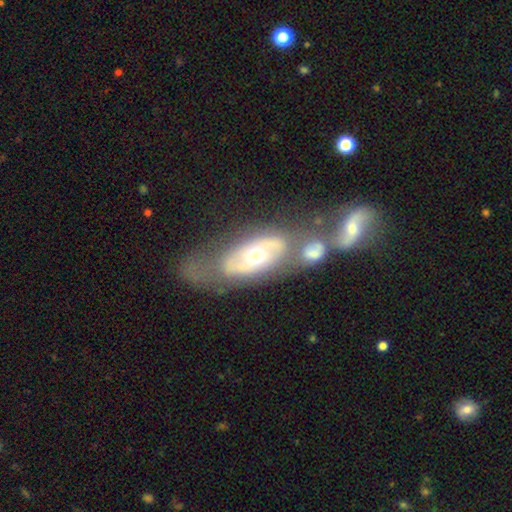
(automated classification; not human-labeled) A featured or disk galaxy (68%) with no bar (73%), spiral arms (50%, tied with no) and a moderate central bulge (73%).

Vote fractions:
- Smooth or featured? featured or disk: 68% / smooth: 26% / star or artifact: 6%
- Edge-on disk? no: 88% / yes: 12%
- Bar? no: 73% / weak: 18% / strong: 9%
- Spiral arms? yes: 50% (tied) / no: 50% (tied)
- Bulge size? moderate: 73% / small: 15% / large: 10% / dominant: 1% / none: 1%
- Merging? none: 35% (tied) / merger: 35% (tied) / minor disturbance: 16% / major disturbance: 14%